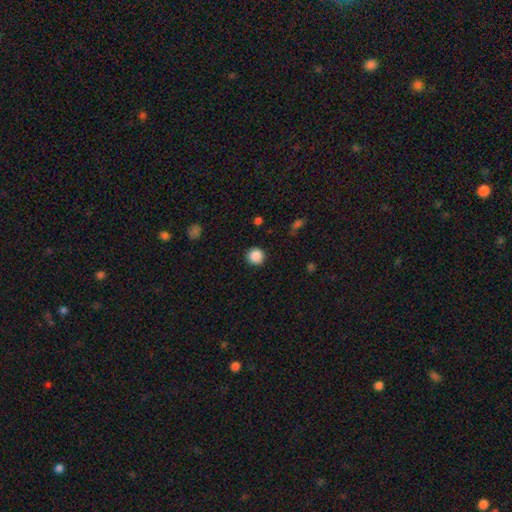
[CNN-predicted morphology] This appears to be a smooth galaxy with no disk features (87%) that is round (94%). Merging: none (90%).